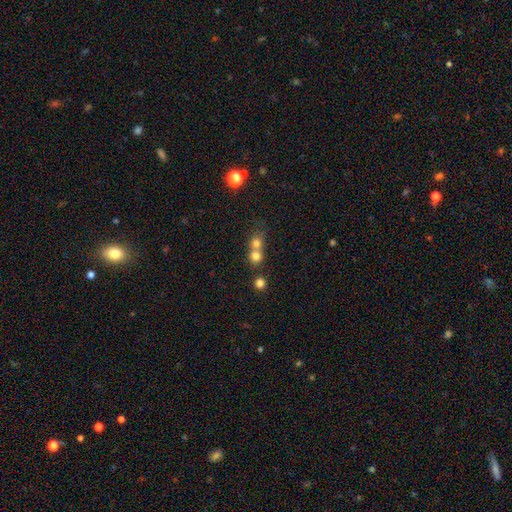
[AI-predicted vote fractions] This appears to be a smooth galaxy with no disk features (75%) that is round (85%). Merging: merger (55%).